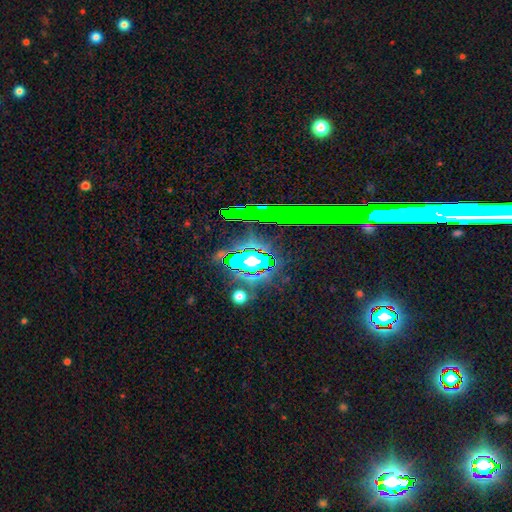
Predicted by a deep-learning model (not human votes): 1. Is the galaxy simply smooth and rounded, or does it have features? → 74% star or artifact, 14% featured or disk, 12% smooth.